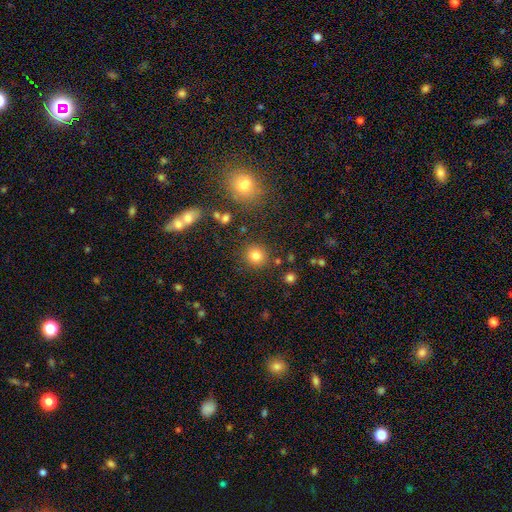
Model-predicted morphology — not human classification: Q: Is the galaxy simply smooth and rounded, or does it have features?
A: smooth — 81%.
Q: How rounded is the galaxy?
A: round — 91%.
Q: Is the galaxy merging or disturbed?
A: none — 86%.